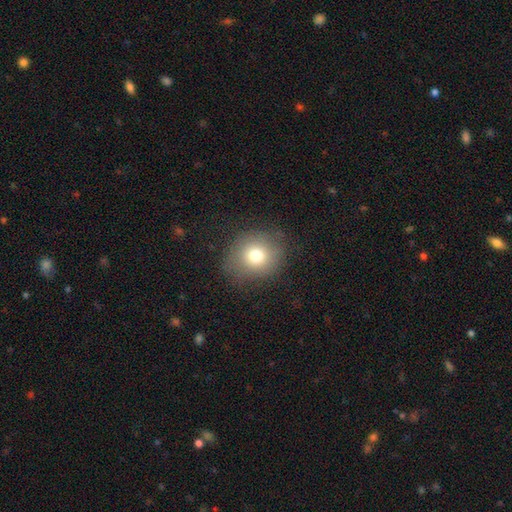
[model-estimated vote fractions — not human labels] Q: Smooth or featured?
A: smooth (75%); runner-up: star or artifact (13%)
Q: How rounded?
A: round (78%); runner-up: in between (21%)
Q: Merging?
A: none (80%); runner-up: minor disturbance (13%)